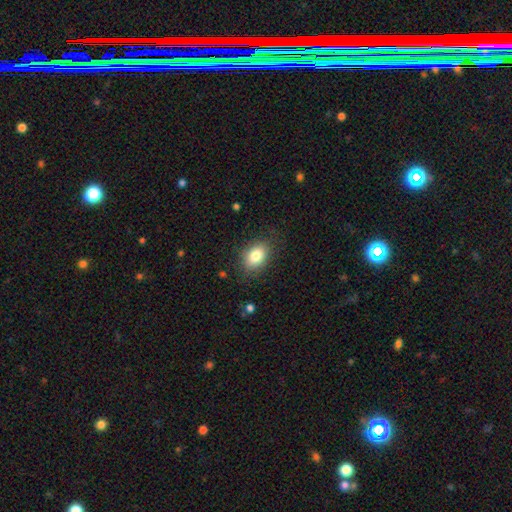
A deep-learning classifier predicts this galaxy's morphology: A smooth galaxy with no disk features (82%) that is in between round and cigar-shaped (80%). Merging: none (81%).